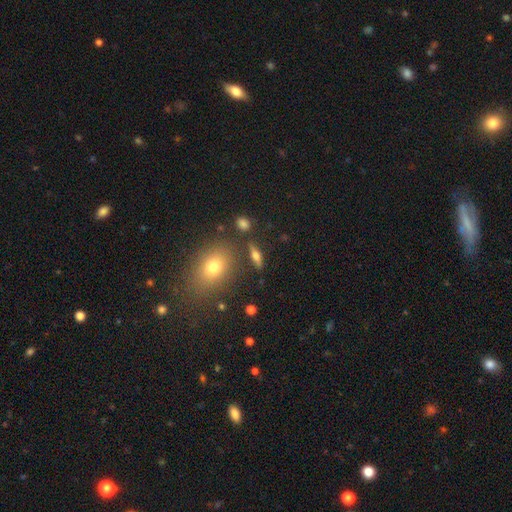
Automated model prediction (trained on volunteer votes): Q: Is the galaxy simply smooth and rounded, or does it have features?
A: smooth — 47%.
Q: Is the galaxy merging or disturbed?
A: none — 81%.